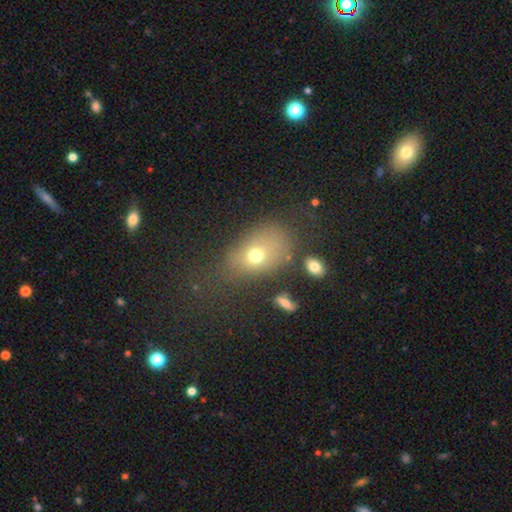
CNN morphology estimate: smooth 68%, featured or disk 17%, star or artifact 15%. Down the decision tree: how rounded — in between (70%); merging — none (58%).